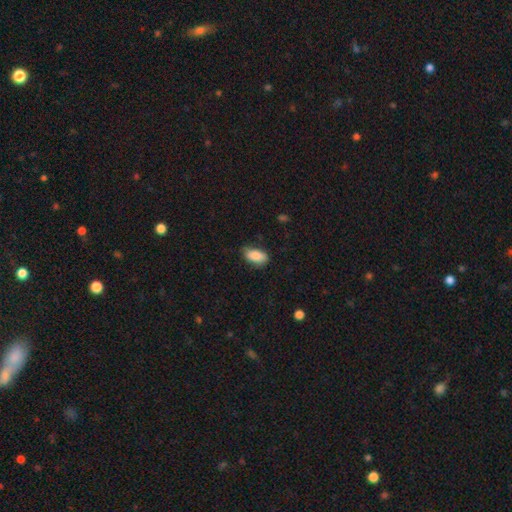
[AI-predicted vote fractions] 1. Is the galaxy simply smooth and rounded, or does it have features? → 86% smooth, 7% featured or disk, 7% star or artifact.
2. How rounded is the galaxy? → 92% in between, 4% round, 4% cigar-shaped.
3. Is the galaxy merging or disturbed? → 72% none, 22% minor disturbance, 4% major disturbance, 1% merger.